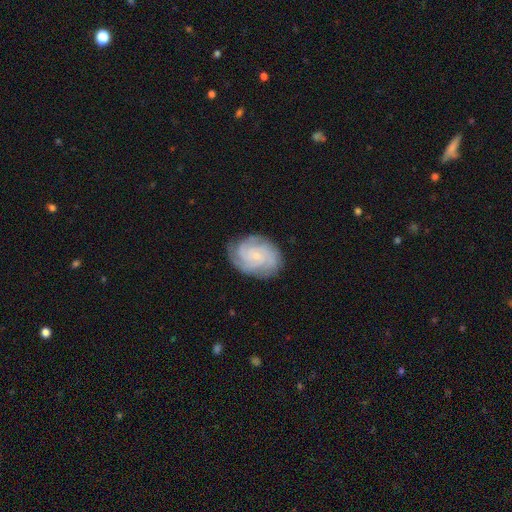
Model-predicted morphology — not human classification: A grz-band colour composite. It shows a featured or disk galaxy (83%) with no bar (72%), 3 (31%) tight (69%) spiral arms (97%) and a small central bulge (78%). Merging: none (80%).